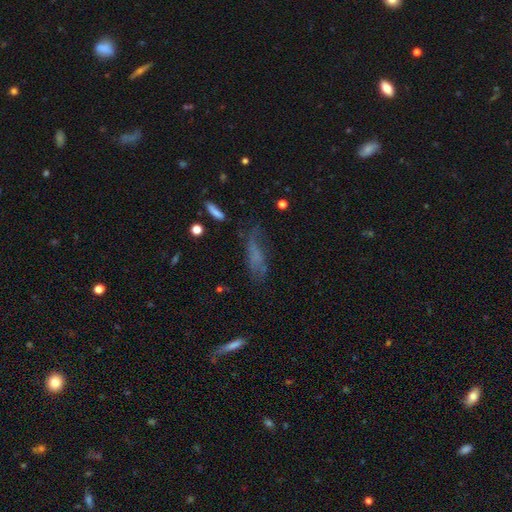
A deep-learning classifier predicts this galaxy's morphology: This is possibly a smooth galaxy (50%). How rounded: possibly cigar-shaped (50%). Merging: possibly none (54%).